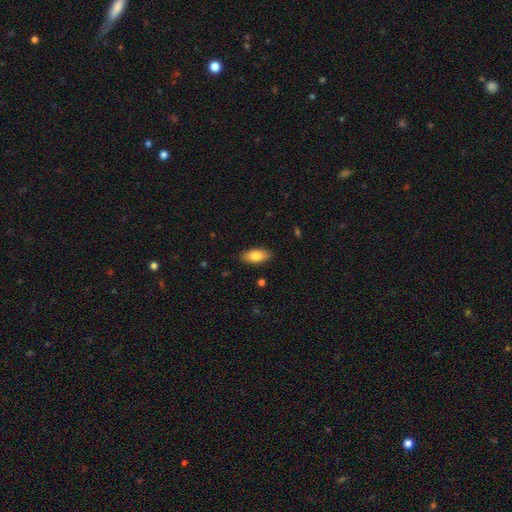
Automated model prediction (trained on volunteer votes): This appears to be a smooth galaxy with no disk features (83%) that is in between round and cigar-shaped (89%). Merging: none (88%).